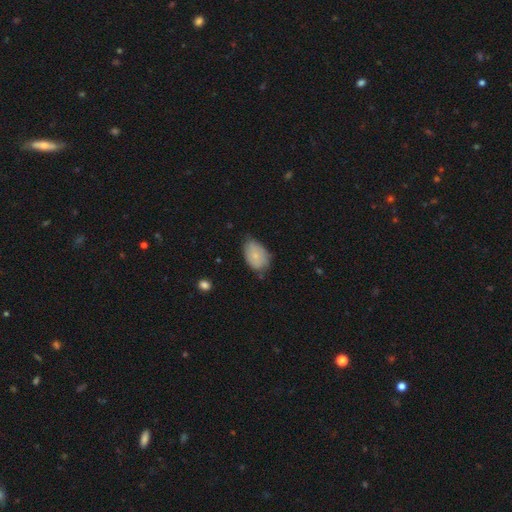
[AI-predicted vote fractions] smooth 77%, featured or disk 16%, star or artifact 7%. Down the decision tree: how rounded — in between (85%); merging — none (54%).